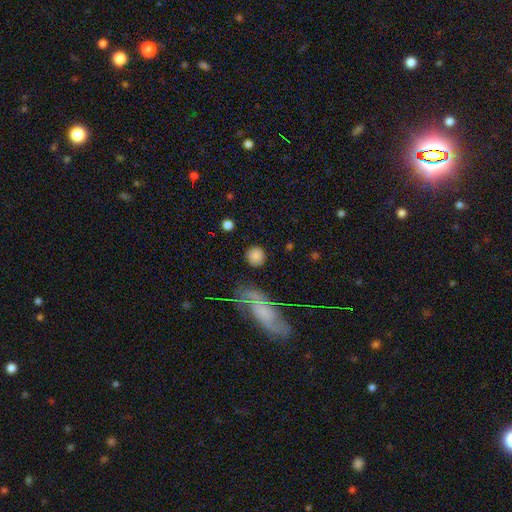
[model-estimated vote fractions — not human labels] The model was most divided on "smooth or featured": smooth: 80%, star or artifact: 10%, featured or disk: 10%. More confident: how rounded — round (87%); merging — none (81%).